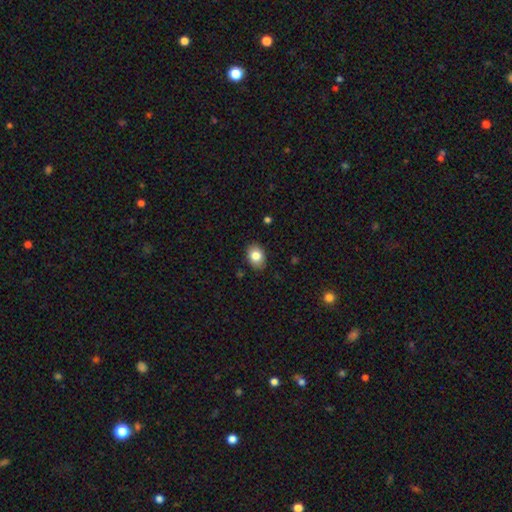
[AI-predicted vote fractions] Smooth or featured: smooth — 82% (featured or disk — 9%)
How rounded: in between — 72% (round — 27%)
Merging: none — 87% (minor disturbance — 10%)